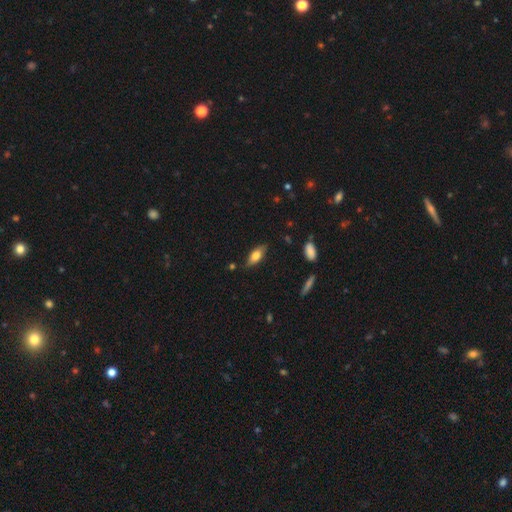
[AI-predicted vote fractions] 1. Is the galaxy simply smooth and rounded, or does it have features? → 64% smooth, 29% featured or disk, 7% star or artifact.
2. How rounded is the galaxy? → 77% in between, 20% cigar-shaped, 3% round.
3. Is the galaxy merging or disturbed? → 78% none, 17% minor disturbance, 3% major disturbance, 2% merger.